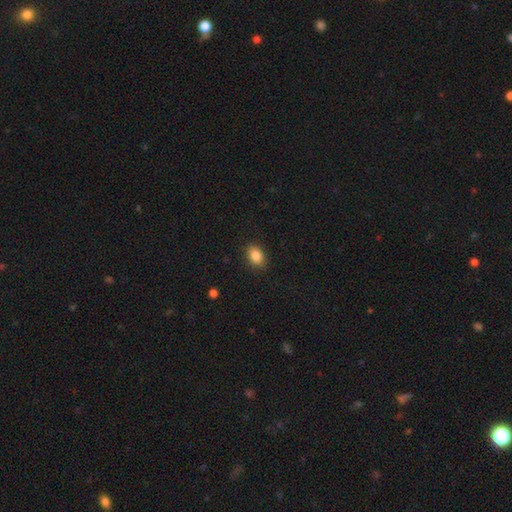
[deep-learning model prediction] smooth-or-featured: smooth: 86% | star or artifact: 9% | featured or disk: 5%
  how-rounded: in between: 80% | round: 19% | cigar-shaped: 1%
  merging: none: 87% | minor disturbance: 9% | major disturbance: 2% | merger: 1%